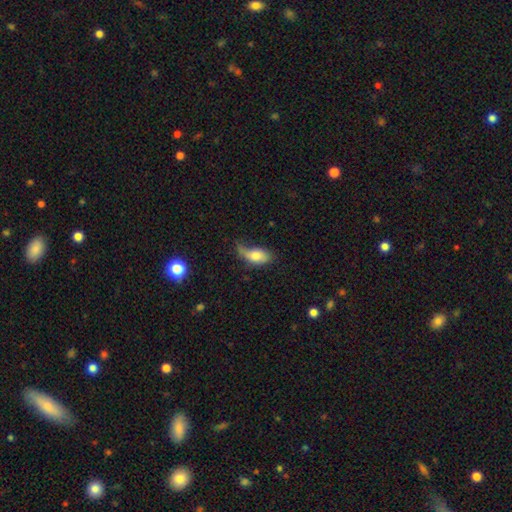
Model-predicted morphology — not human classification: Smooth or featured?
  - smooth: 71% *
  - featured or disk: 21%
  - star or artifact: 8%
How rounded?
  - in between: 87% *
  - cigar-shaped: 7%
  - round: 6%
Merging?
  - minor disturbance: 39% *
  - none: 30%
  - major disturbance: 27%
  - merger: 4%